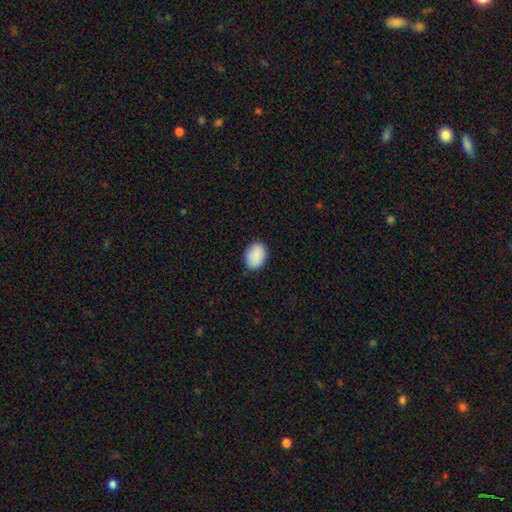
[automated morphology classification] smooth 91%, star or artifact 6%, featured or disk 3%. Down the decision tree: how rounded — in between (80%); merging — none (88%).